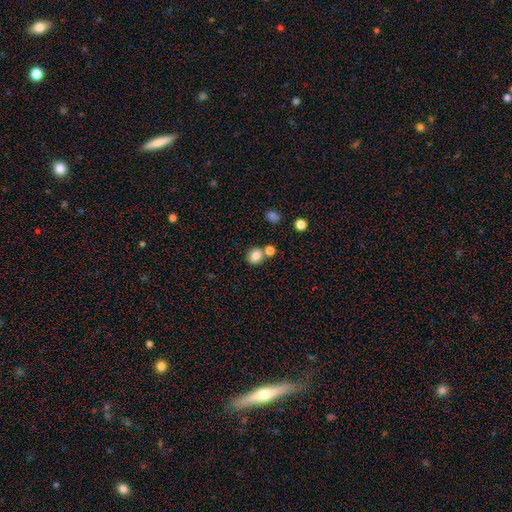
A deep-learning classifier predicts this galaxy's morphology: type=smooth (82%); roundness=round (70%); merging=none (69%).